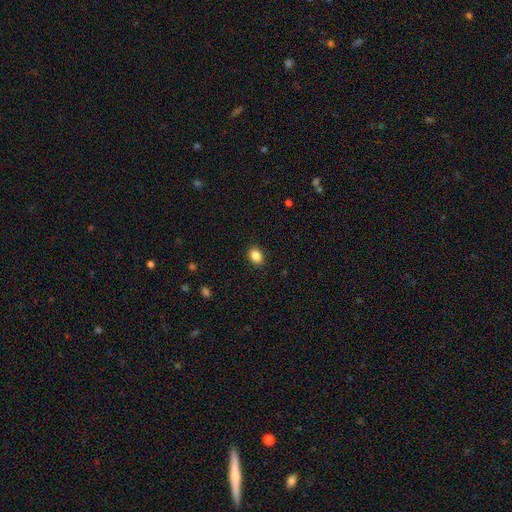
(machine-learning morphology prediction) Smooth or featured? Predicted: smooth (p=0.87). How rounded? Predicted: in between (p=0.76). Merging? Predicted: none (p=0.90).